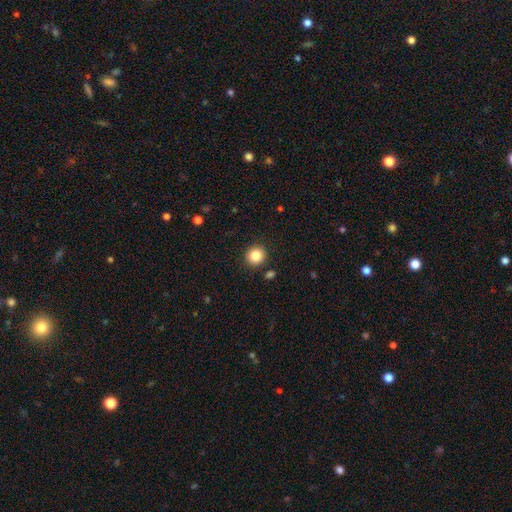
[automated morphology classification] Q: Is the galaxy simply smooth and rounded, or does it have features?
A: smooth — 85%.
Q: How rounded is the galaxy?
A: round — 92%.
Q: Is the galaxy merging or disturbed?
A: none — 90%.